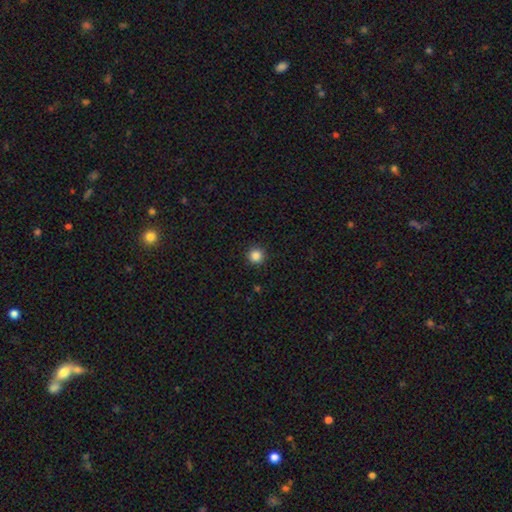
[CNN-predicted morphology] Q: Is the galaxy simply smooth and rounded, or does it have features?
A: smooth — 86%.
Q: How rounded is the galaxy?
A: round — 96%.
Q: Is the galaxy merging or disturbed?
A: none — 92%.